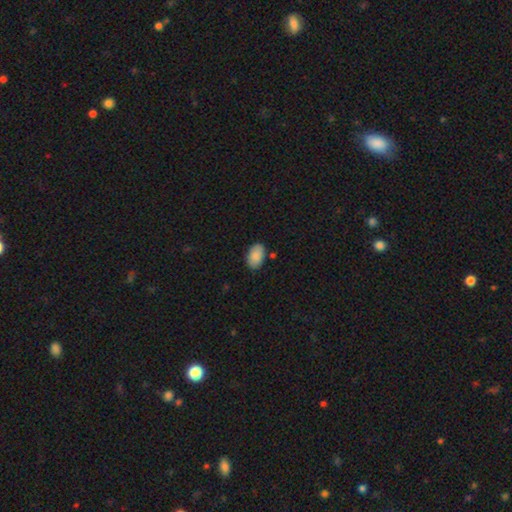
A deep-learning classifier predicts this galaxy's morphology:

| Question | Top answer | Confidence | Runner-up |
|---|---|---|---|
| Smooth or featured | smooth | 88% | star or artifact (7%) |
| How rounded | in between | 92% | round (7%) |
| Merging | none | 82% | minor disturbance (12%) |